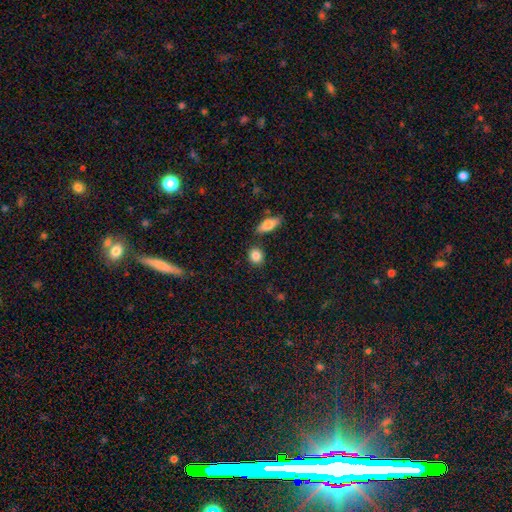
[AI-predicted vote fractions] This is clearly a smooth galaxy (86%). How rounded: likely round (64%). Merging: clearly none (82%).